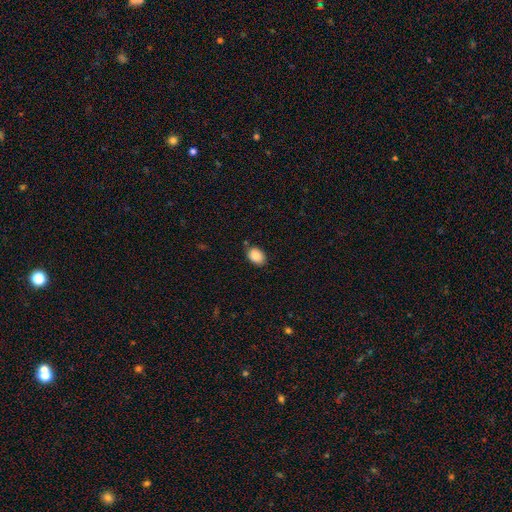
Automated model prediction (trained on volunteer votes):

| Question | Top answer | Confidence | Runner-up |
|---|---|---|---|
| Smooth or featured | smooth | 88% | star or artifact (8%) |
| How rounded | in between | 78% | round (21%) |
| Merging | none | 80% | minor disturbance (14%) |